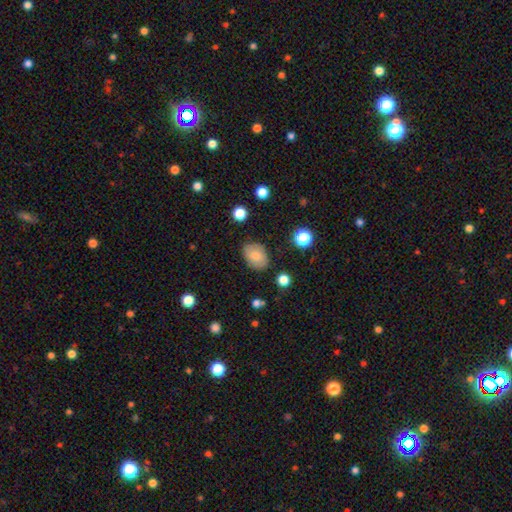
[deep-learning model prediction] smooth_or_featured: smooth (p=0.80) [alt: featured or disk p=0.12]
how_rounded: in between (p=0.80) [alt: round p=0.19]
merging: none (p=0.82) [alt: minor disturbance p=0.13]